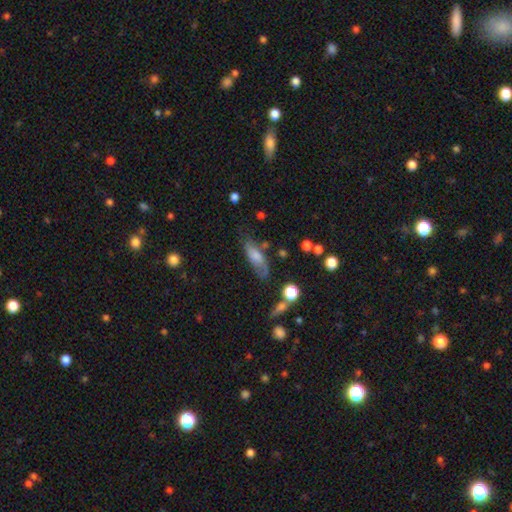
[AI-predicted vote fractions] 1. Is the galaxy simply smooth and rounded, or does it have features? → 61% smooth, 30% featured or disk, 9% star or artifact.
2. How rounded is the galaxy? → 63% in between, 33% cigar-shaped, 4% round.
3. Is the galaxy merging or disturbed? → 56% none, 27% minor disturbance, 12% major disturbance, 6% merger.